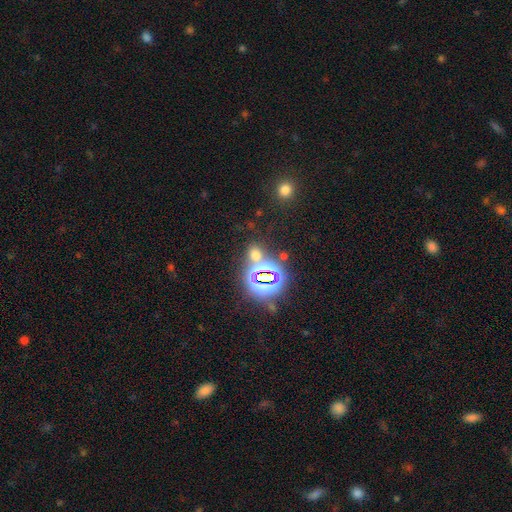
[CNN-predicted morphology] Smooth or featured? smooth (47%)
Merging? none (68%)